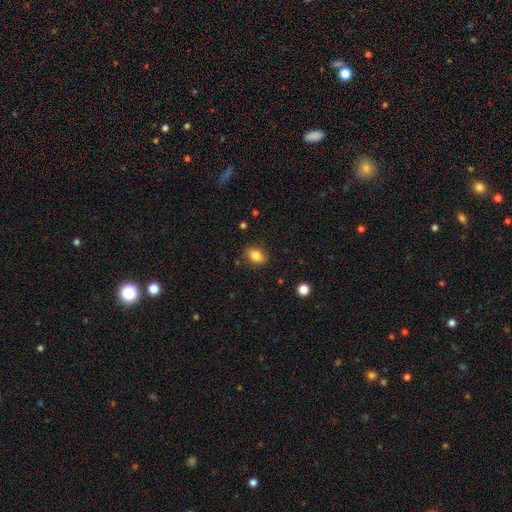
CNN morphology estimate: Overall: smooth (84%). How rounded: in between (74%). Merging: none (84%).